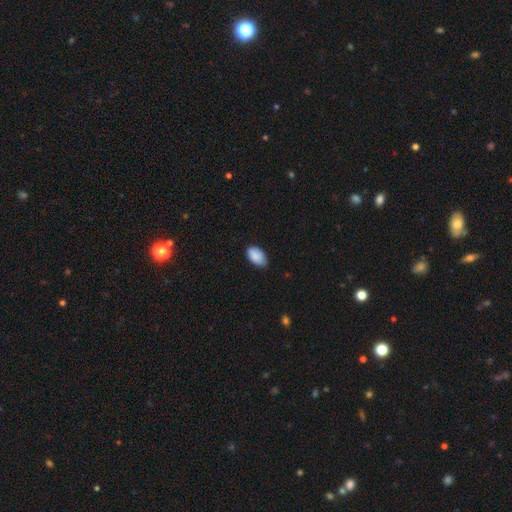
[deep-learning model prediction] A smooth galaxy with no disk features (89%) that is in between round and cigar-shaped (94%). Merging: none (76%).